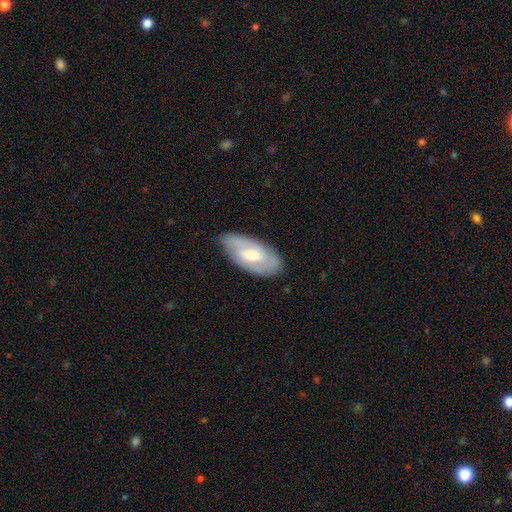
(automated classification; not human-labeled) featured or disk 61%, smooth 31%, star or artifact 8%. Down the decision tree: edge-on disk — no (88%); bar — weak (43%); spiral arms — yes (67%); bulge size — moderate (65%); merging — none (80%).